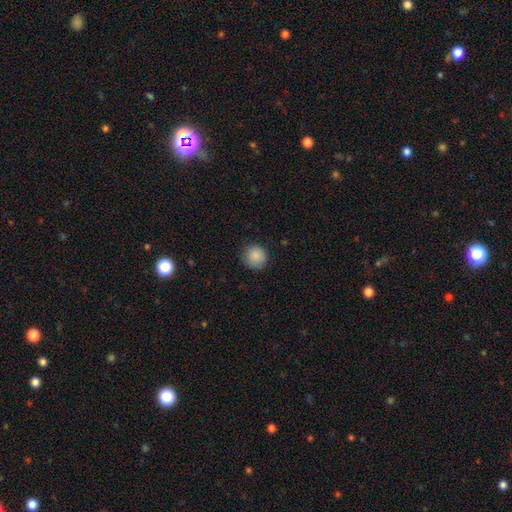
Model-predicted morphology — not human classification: The model was most divided on "merging": none: 85%, minor disturbance: 12%, major disturbance: 3%, merger: 1%. More confident: how rounded — round (93%); smooth or featured — smooth (88%).